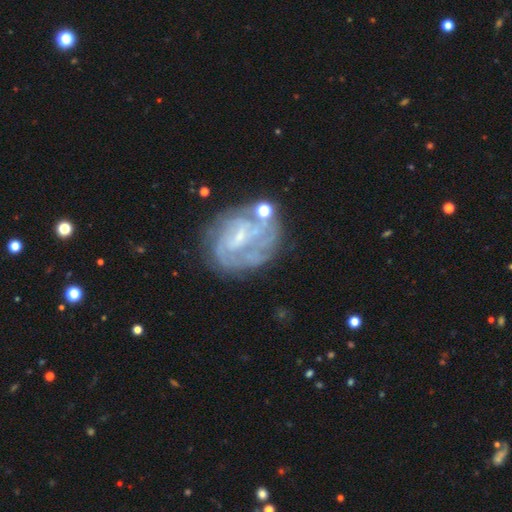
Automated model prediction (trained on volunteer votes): Q: Smooth or featured?
A: featured or disk (76%); runner-up: smooth (14%)
Q: Edge-on disk?
A: no (97%); runner-up: yes (3%)
Q: Bar?
A: weak (48%); runner-up: no (33%)
Q: Spiral arms?
A: yes (79%); runner-up: no (21%)
Q: Spiral winding?
A: tight (54%); runner-up: medium (32%)
Q: Spiral arm count?
A: can't tell (49%); runner-up: 2 (17%)
Q: Bulge size?
A: small (57%); runner-up: none (25%)
Q: Merging?
A: none (54%); runner-up: minor disturbance (21%)